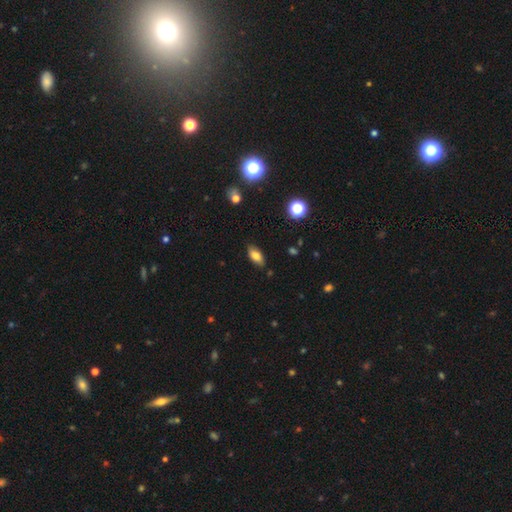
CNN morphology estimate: Smooth or featured? Predicted: smooth (p=0.78). How rounded? Predicted: in between (p=0.86). Merging? Predicted: none (p=0.83).